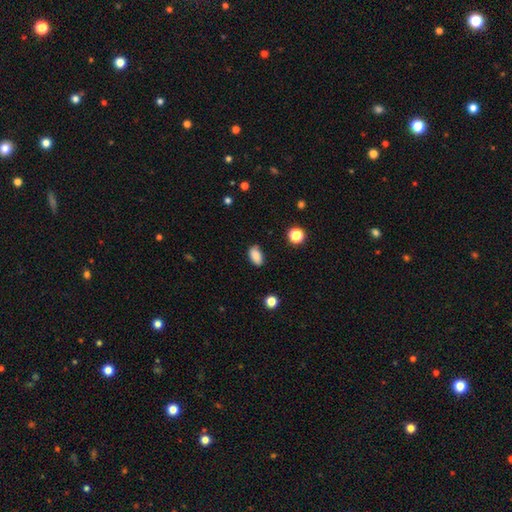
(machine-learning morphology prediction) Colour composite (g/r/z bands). It shows a smooth galaxy with no disk features (86%) that is in between round and cigar-shaped (91%). Merging: none (82%).